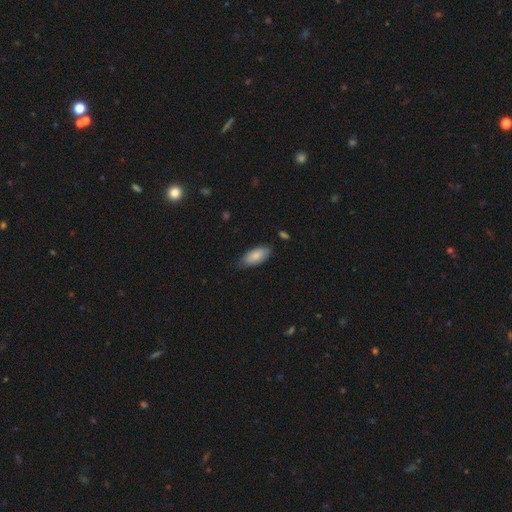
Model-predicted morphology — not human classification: Smooth or featured? Predicted: smooth (p=0.82). How rounded? Predicted: in between (p=0.90). Merging? Predicted: none (p=0.72).